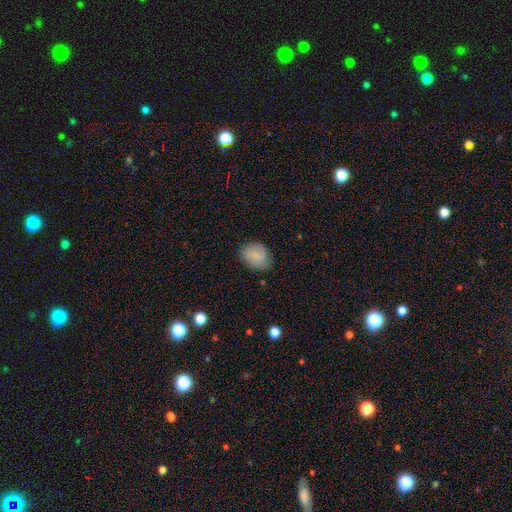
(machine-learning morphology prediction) Q: Smooth or featured?
A: smooth (78%); runner-up: featured or disk (14%)
Q: How rounded?
A: in between (57%); runner-up: round (42%)
Q: Merging?
A: none (79%); runner-up: minor disturbance (16%)